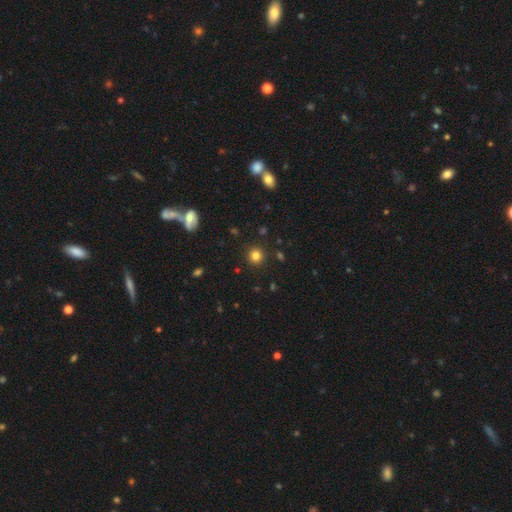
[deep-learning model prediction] smooth 81%, star or artifact 14%, featured or disk 5%. Down the decision tree: how rounded — round (93%); merging — none (90%).